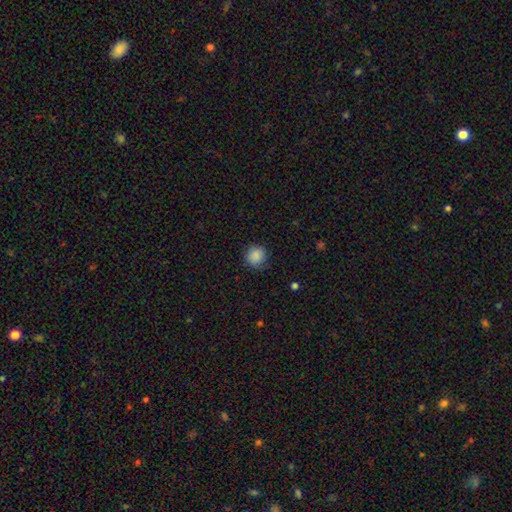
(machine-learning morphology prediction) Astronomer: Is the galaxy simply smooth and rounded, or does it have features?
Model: smooth — 88%.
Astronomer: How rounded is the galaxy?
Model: round — 91%.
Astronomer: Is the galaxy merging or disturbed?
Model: none — 88%.